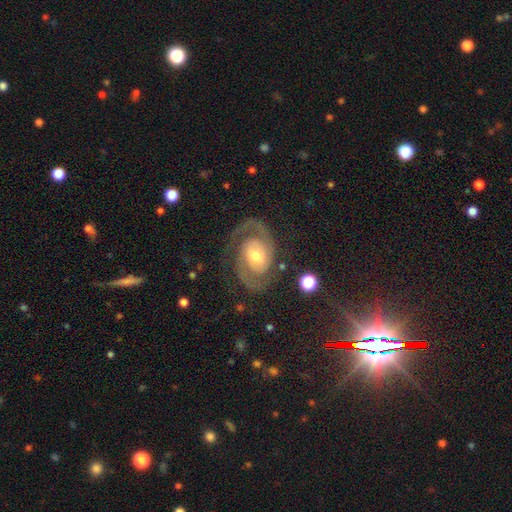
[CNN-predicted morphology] This appears to be a featured or disk galaxy (90%) with no bar (56%), 2 (93%) tight (45%, tied with medium) spiral arms (98%) and a moderate central bulge (64%). Merging: none (79%).